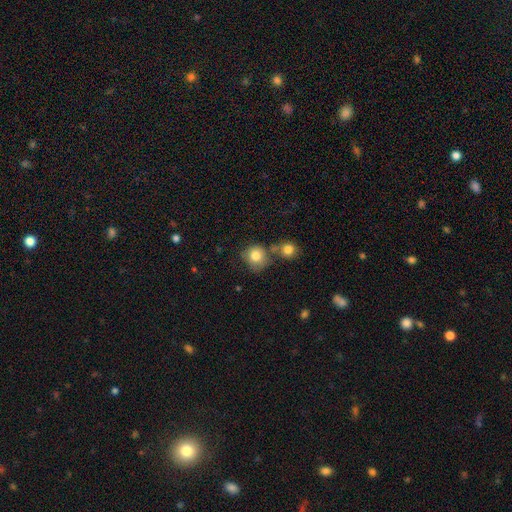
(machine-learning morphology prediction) A smooth galaxy with no disk features (81%) that is round (86%).

Vote fractions:
- Smooth or featured? smooth: 81% / star or artifact: 10% / featured or disk: 9%
- How rounded? round: 86% / in between: 13% / cigar-shaped: 1%
- Merging? none: 55% / merger: 24% / minor disturbance: 15% / major disturbance: 5%